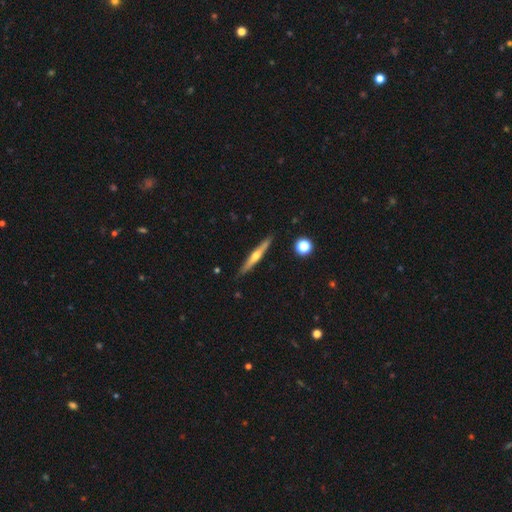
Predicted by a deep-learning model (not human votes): smooth-or-featured: featured or disk: 62% | smooth: 32% | star or artifact: 6%
  disk-edge-on: yes: 96% | no: 4%
    edge-on-bulge: rounded: 85% | none: 12% | boxy: 3%
  merging: none: 88% | minor disturbance: 9% | major disturbance: 2% | merger: 2%